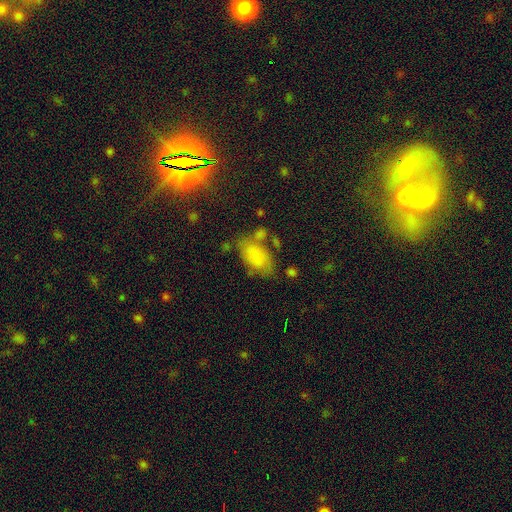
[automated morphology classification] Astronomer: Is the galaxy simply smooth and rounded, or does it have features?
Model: smooth — 78%.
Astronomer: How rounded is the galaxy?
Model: in between — 92%.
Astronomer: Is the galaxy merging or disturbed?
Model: none — 52%.